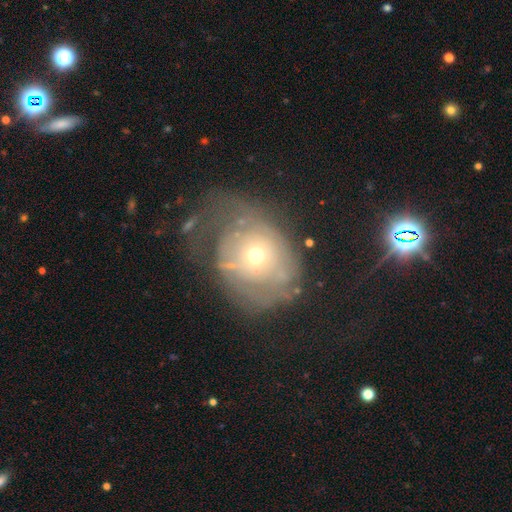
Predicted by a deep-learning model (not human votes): A featured or disk galaxy (56%) with no bar (84%), spiral arms (50%, tied with no) and a moderate central bulge (49%).

Vote fractions:
- Smooth or featured? featured or disk: 56% / smooth: 32% / star or artifact: 12%
- Edge-on disk? no: 95% / yes: 5%
- Bar? no: 84% / weak: 13% / strong: 3%
- Spiral arms? yes: 50% (tied) / no: 50% (tied)
- Bulge size? moderate: 49% / small: 44% / large: 4% / dominant: 1% / none: 1%
- Merging? major disturbance: 40% / none: 33% / minor disturbance: 23% / merger: 4%